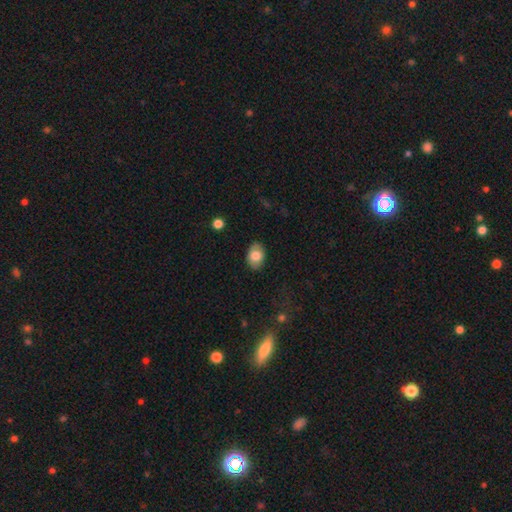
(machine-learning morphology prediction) Q: Smooth or featured?
A: smooth (77%); runner-up: featured or disk (16%)
Q: How rounded?
A: in between (84%); runner-up: round (15%)
Q: Merging?
A: none (87%); runner-up: minor disturbance (10%)